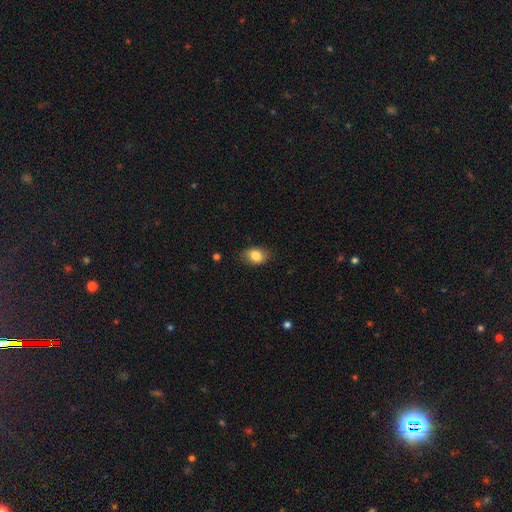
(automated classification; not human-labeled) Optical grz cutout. It shows a smooth galaxy with no disk features (83%) that is in between round and cigar-shaped (75%). Merging: none (78%).